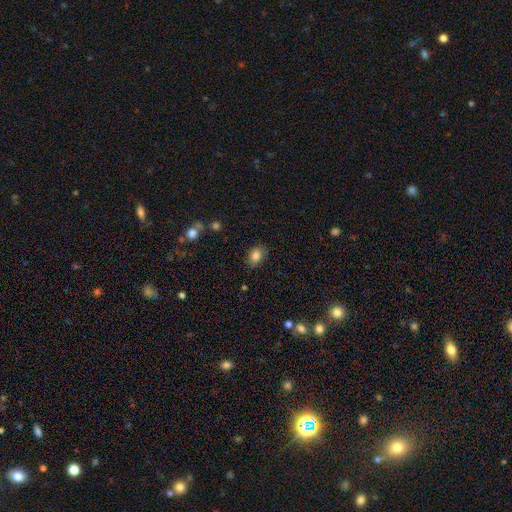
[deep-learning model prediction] Morphology: type=smooth (83%); roundness=in between (70%); merging=none (82%).